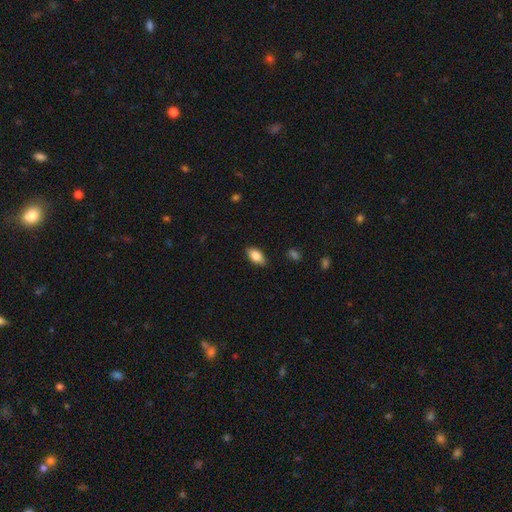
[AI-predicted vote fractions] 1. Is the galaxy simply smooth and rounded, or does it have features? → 82% smooth, 11% featured or disk, 7% star or artifact.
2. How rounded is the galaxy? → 90% in between, 6% cigar-shaped, 4% round.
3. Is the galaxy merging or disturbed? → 87% none, 10% minor disturbance, 2% major disturbance, 1% merger.